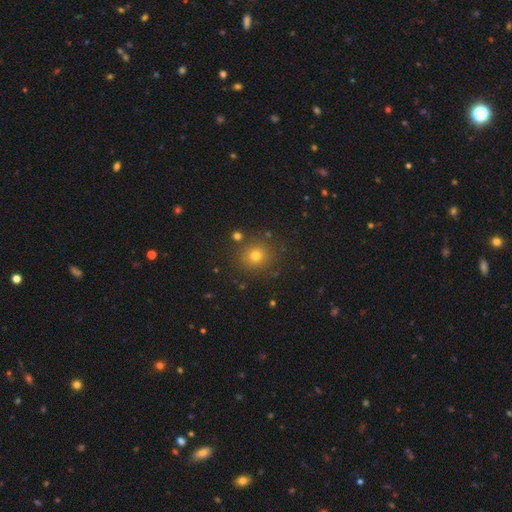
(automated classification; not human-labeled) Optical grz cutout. It shows a smooth galaxy with no disk features (72%) that is round (89%). Merging: none (85%).